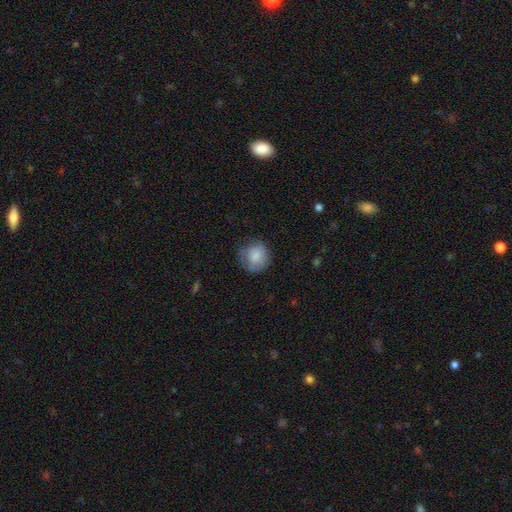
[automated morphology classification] Smooth or featured: smooth — 79% (featured or disk — 14%)
How rounded: round — 85% (in between — 14%)
Merging: none — 66% (minor disturbance — 23%)